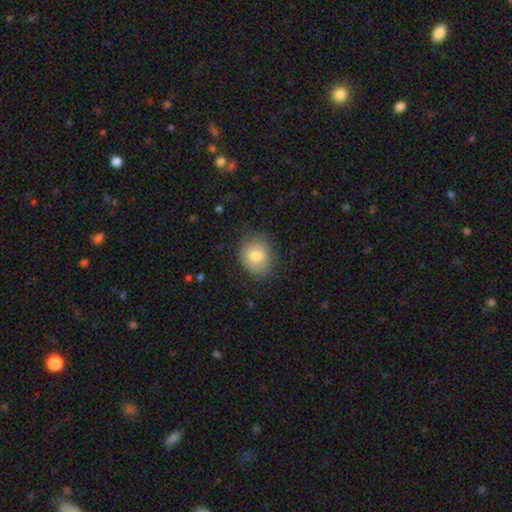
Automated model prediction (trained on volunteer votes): The model was most divided on "how rounded": round: 53%, in between: 46%, cigar-shaped: 1%. More confident: smooth or featured — smooth (78%); merging — none (74%).